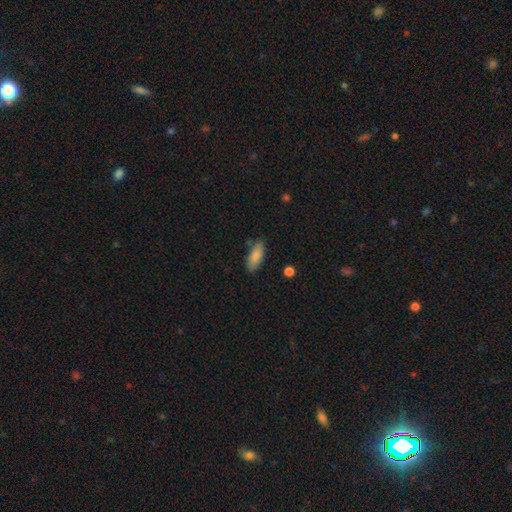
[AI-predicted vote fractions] Overall: smooth (85%). How rounded: in between (76%). Merging: none (78%).